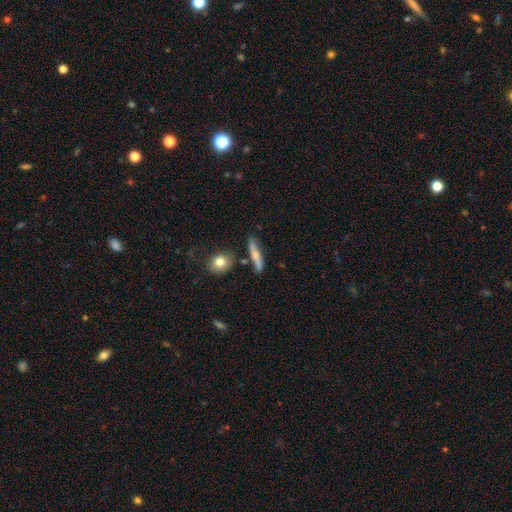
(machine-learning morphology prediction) smooth-or-featured: smooth: 59% | featured or disk: 34% | star or artifact: 7%
  how-rounded: cigar-shaped: 79% | in between: 17% | round: 4%
  merging: none: 77% | minor disturbance: 14% | merger: 6% | major disturbance: 3%